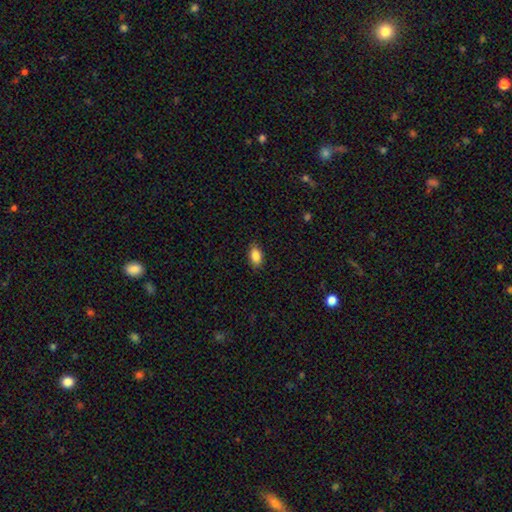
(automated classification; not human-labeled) Smooth or featured?
  - smooth: 88% *
  - star or artifact: 8%
  - featured or disk: 4%
How rounded?
  - in between: 91% *
  - round: 6%
  - cigar-shaped: 3%
Merging?
  - none: 86% *
  - minor disturbance: 11%
  - major disturbance: 2%
  - merger: 1%